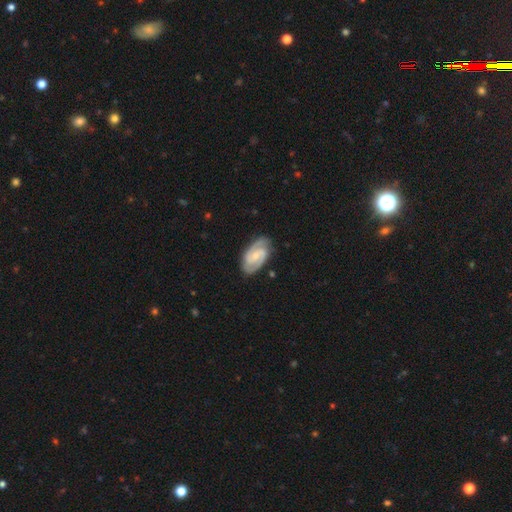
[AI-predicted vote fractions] Smooth or featured? Predicted: featured or disk (p=0.87). Edge-on disk? Predicted: no (p=0.97). Bar? Predicted: weak (p=0.47). Spiral arms? Predicted: yes (p=0.97). Spiral winding? Predicted: tight (p=0.48). Spiral arm count? Predicted: 2 (p=0.90). Bulge size? Predicted: small (p=0.61). Merging? Predicted: none (p=0.82).